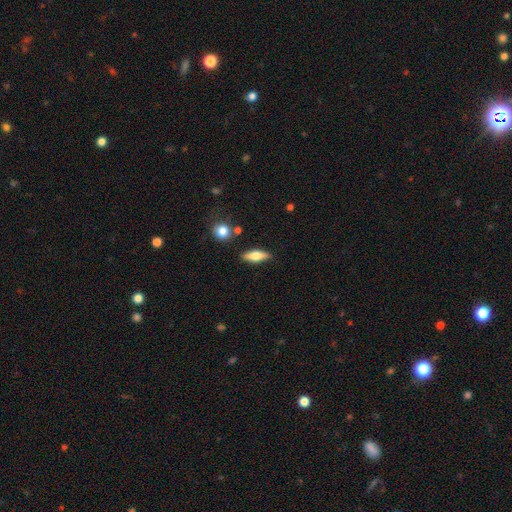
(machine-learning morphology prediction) This appears to be a smooth galaxy with no disk features (64%) that is in between round and cigar-shaped (59%). Merging: none (82%).